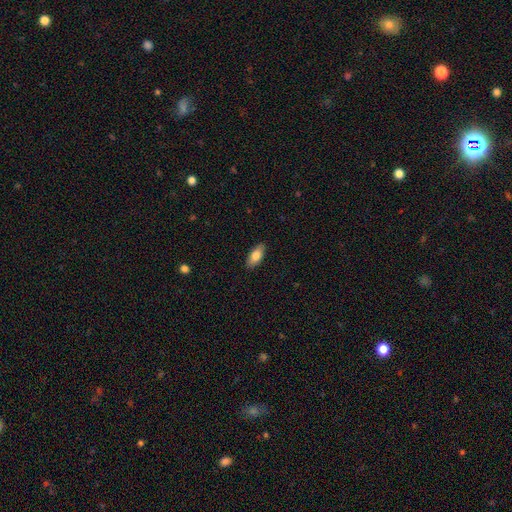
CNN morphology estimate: smooth-or-featured: smooth: 81% | featured or disk: 13% | star or artifact: 6%
  how-rounded: in between: 88% | cigar-shaped: 10% | round: 2%
  merging: none: 89% | minor disturbance: 9% | major disturbance: 2% | merger: 1%